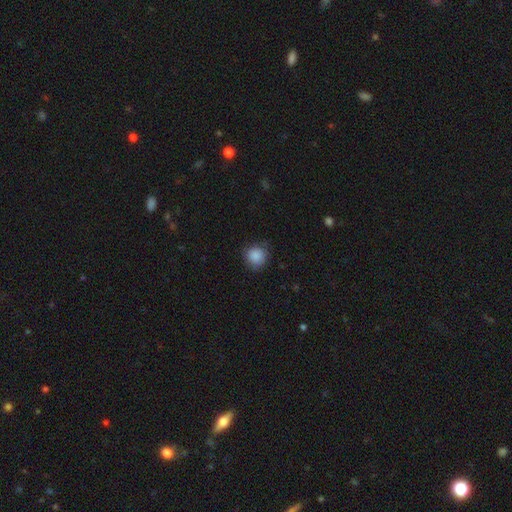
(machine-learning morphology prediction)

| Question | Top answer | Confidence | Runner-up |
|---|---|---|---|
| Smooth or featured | smooth | 87% | star or artifact (8%) |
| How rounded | round | 90% | in between (9%) |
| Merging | none | 80% | minor disturbance (15%) |